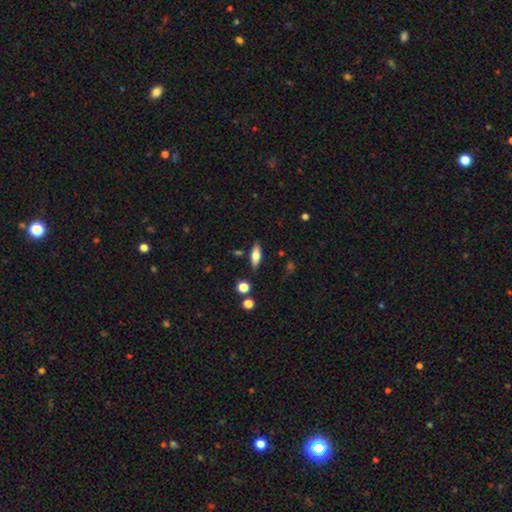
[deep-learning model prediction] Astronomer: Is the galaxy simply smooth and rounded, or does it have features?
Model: smooth — 67%.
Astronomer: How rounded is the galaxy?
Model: in between — 71%.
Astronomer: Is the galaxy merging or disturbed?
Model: none — 82%.